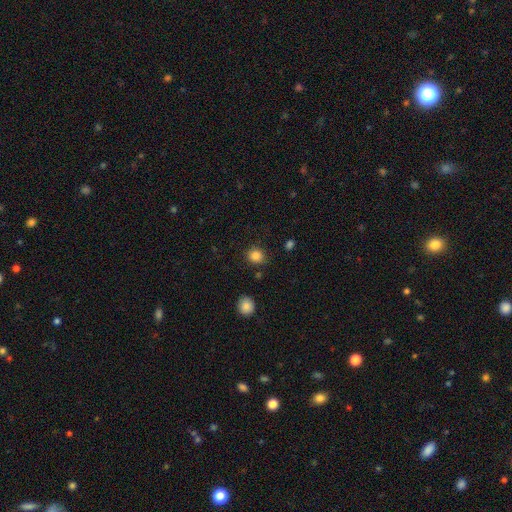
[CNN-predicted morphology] smooth 85%, star or artifact 11%, featured or disk 4%. Down the decision tree: how rounded — round (82%); merging — none (85%).